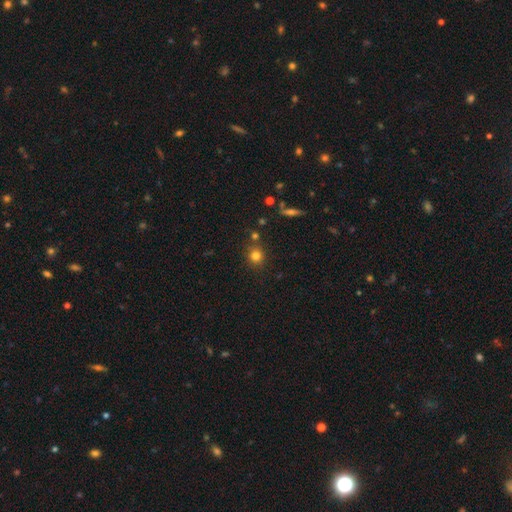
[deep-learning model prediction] This appears to be a smooth galaxy with no disk features (79%) that is round (89%). Merging: none (80%).